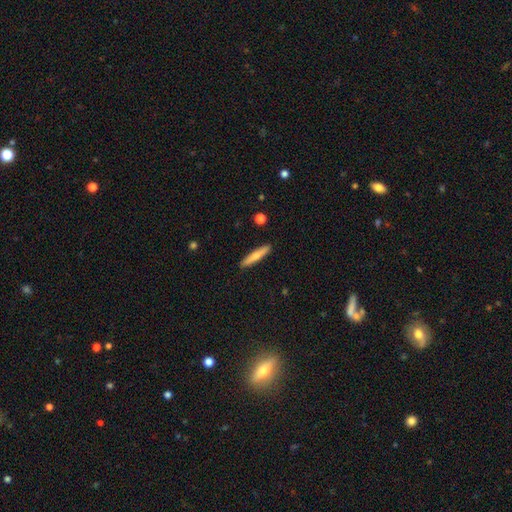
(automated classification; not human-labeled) Smooth or featured? Predicted: smooth (p=0.60). How rounded? Predicted: cigar-shaped (p=0.89). Merging? Predicted: none (p=0.91).